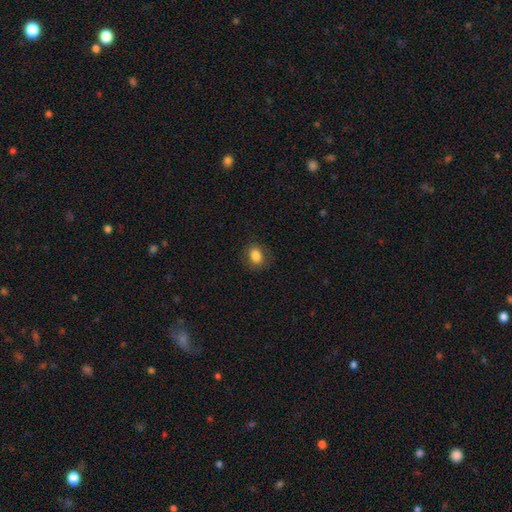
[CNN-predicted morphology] smooth 84%, star or artifact 9%, featured or disk 7%. Down the decision tree: how rounded — in between (62%); merging — none (82%).